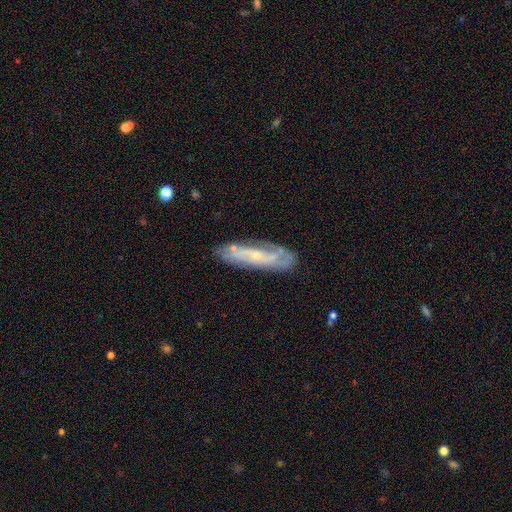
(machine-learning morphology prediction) smooth_or_featured: featured or disk (p=0.70) [alt: smooth p=0.23]
disk_edge_on: no (p=0.69) [alt: yes p=0.31]
merging: none (p=0.75) [alt: minor disturbance p=0.18]